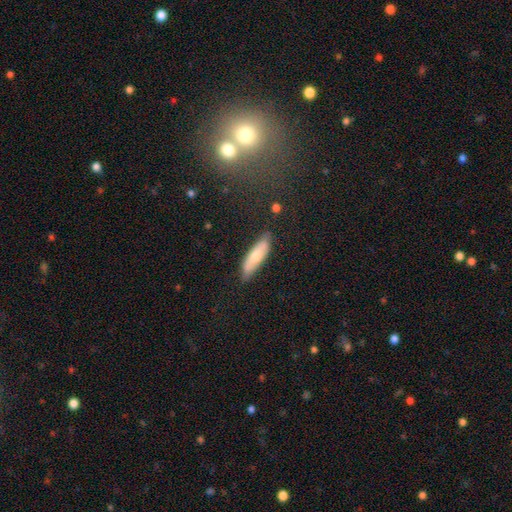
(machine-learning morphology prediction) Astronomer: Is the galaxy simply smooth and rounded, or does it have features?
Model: smooth — 64%.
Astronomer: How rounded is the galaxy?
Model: cigar-shaped — 57% (runner-up: in between, 41%).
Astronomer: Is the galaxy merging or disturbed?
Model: none — 78%.